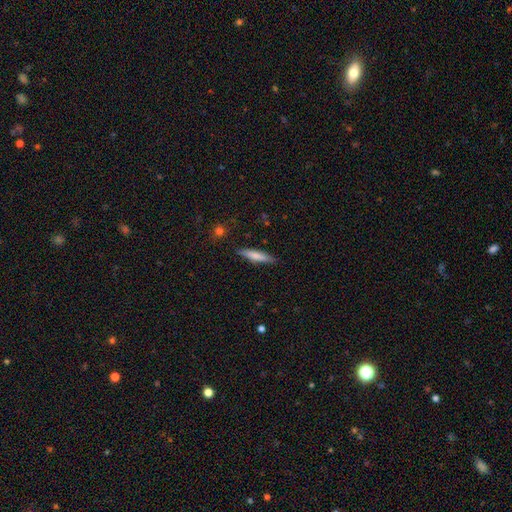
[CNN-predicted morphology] This appears to be a smooth galaxy with no disk features (72%) that is cigar-shaped (88%). Merging: none (87%).